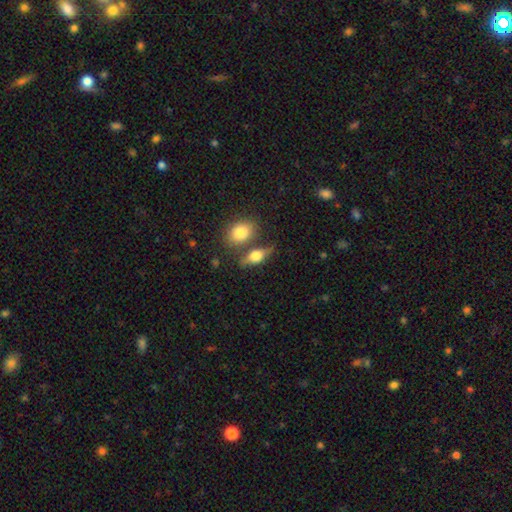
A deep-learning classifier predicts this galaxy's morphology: A smooth galaxy with no disk features (59%) that is in between round and cigar-shaped (72%). Merging: none (58%).